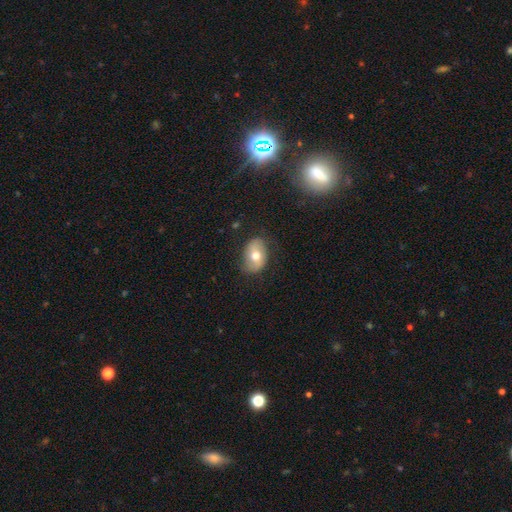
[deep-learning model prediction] This is likely a smooth galaxy (63%). How rounded: clearly in between (83%). Merging: likely none (77%).